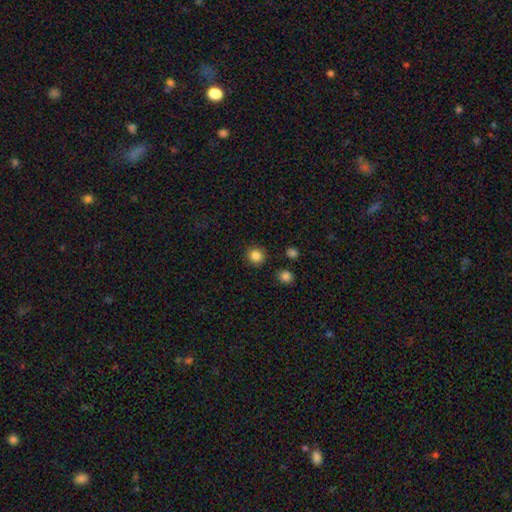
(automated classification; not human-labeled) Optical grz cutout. It shows a smooth galaxy with no disk features (85%) that is round (93%). Merging: none (89%).